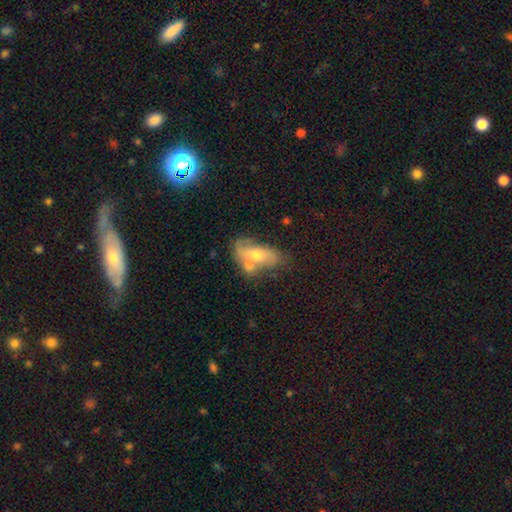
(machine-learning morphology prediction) smooth-or-featured: smooth: 49% | featured or disk: 41% | star or artifact: 9%
  merging: merger: 38% | none: 32% | minor disturbance: 19% | major disturbance: 11%